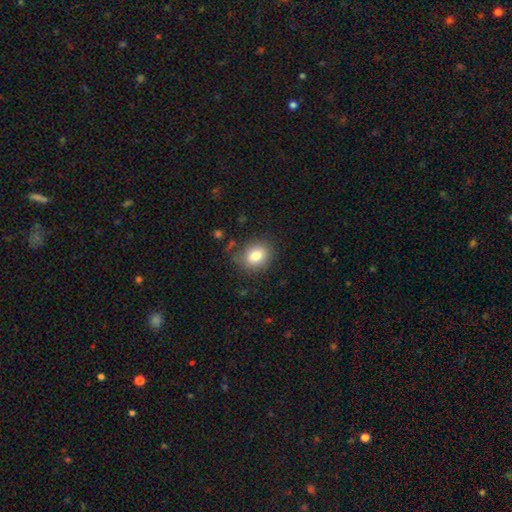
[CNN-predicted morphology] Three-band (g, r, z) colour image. It shows a smooth galaxy with no disk features (82%) that is round (56%). Merging: none (79%).